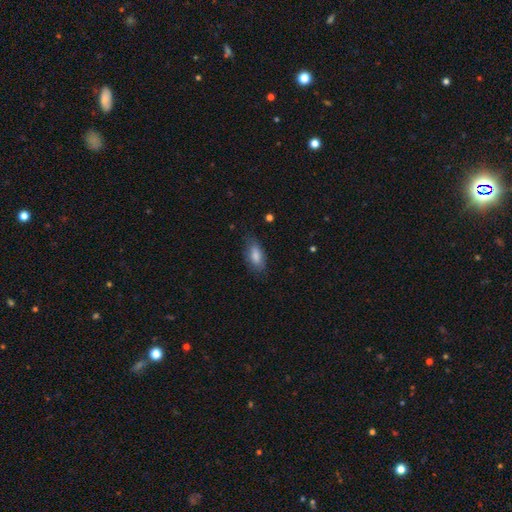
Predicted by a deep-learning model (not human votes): smooth 82%, featured or disk 11%, star or artifact 7%. Down the decision tree: how rounded — in between (86%); merging — none (72%).